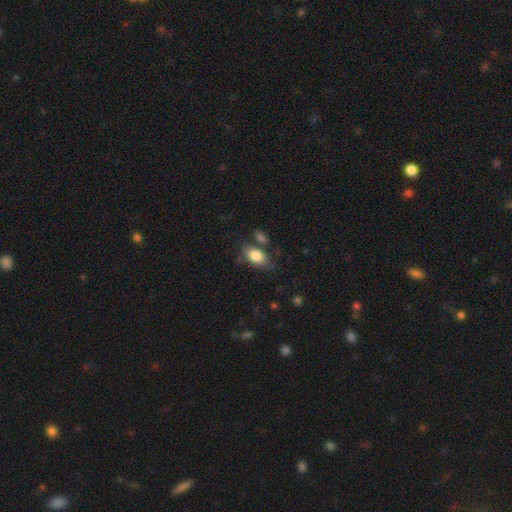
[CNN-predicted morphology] smooth_or_featured: smooth (p=0.82) [alt: featured or disk p=0.11]
how_rounded: in between (p=0.90) [alt: round p=0.07]
merging: none (p=0.65) [alt: minor disturbance p=0.18]